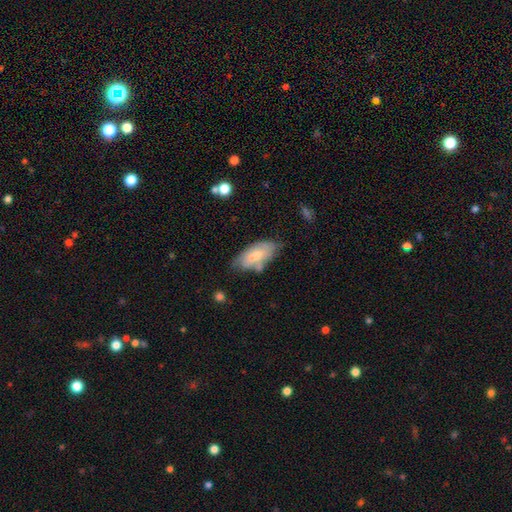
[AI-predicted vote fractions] This is likely a smooth galaxy (64%). How rounded: clearly in between (89%). Merging: possibly none (52%).